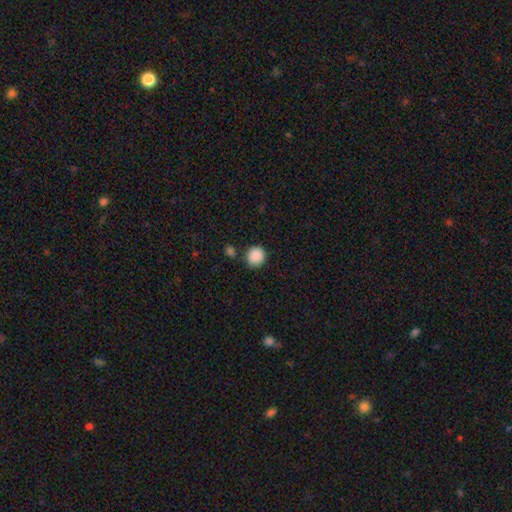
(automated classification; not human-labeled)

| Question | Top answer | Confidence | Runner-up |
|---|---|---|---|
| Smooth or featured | smooth | 89% | star or artifact (9%) |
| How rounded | round | 90% | in between (9%) |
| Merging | none | 81% | minor disturbance (10%) |